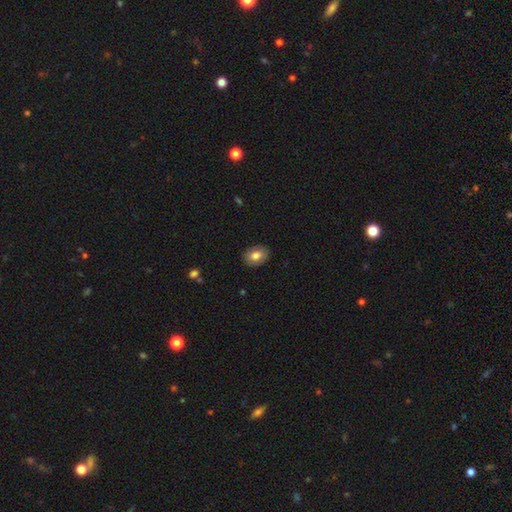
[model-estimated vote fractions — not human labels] This is likely a smooth galaxy (77%). How rounded: likely in between (73%). Merging: clearly none (87%).